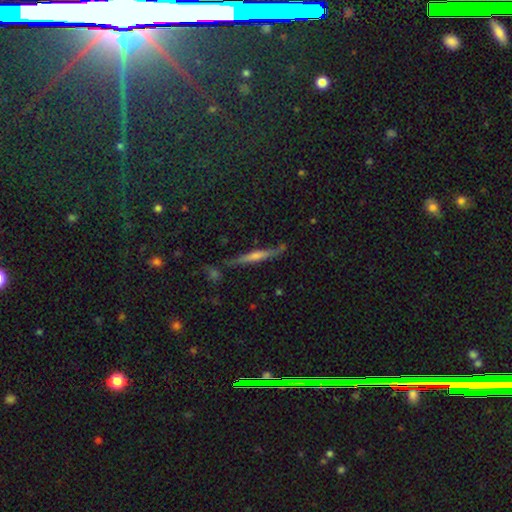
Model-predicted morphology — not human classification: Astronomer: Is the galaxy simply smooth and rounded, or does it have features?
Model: featured or disk — 67%.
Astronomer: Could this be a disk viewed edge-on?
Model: yes — 96%.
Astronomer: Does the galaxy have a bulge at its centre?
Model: rounded — 66%.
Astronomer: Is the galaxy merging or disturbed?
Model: none — 83%.